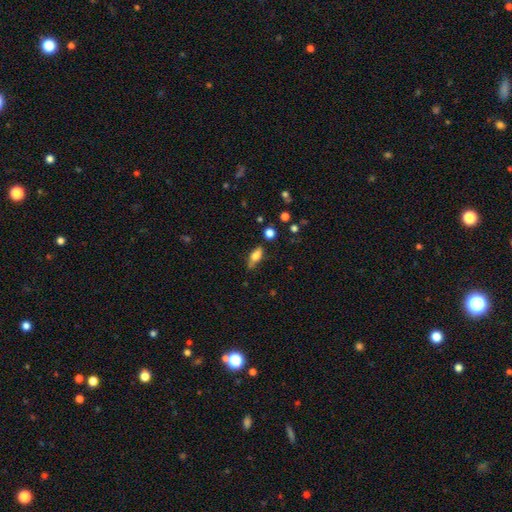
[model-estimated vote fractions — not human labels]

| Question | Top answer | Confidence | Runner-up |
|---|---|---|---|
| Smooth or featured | smooth | 67% | featured or disk (24%) |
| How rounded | in between | 70% | cigar-shaped (25%) |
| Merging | none | 66% | minor disturbance (25%) |